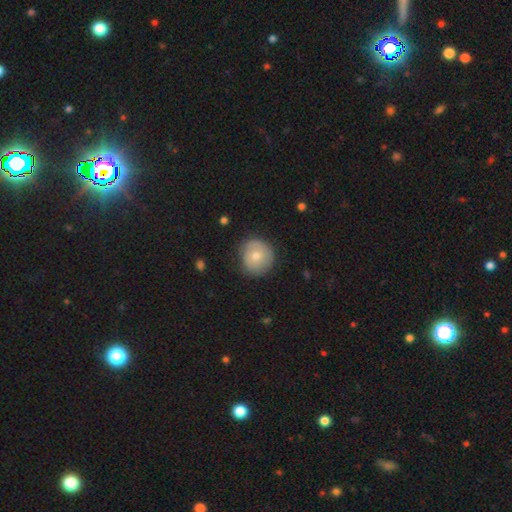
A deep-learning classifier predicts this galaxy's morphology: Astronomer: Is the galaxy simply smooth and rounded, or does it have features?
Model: smooth — 70%.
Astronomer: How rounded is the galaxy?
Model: round — 89%.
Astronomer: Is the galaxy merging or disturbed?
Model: none — 78%.